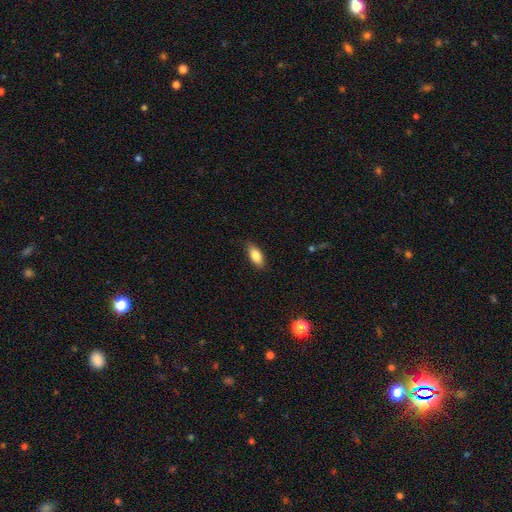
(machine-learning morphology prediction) Overall: smooth (83%). How rounded: in between (86%). Merging: none (85%).